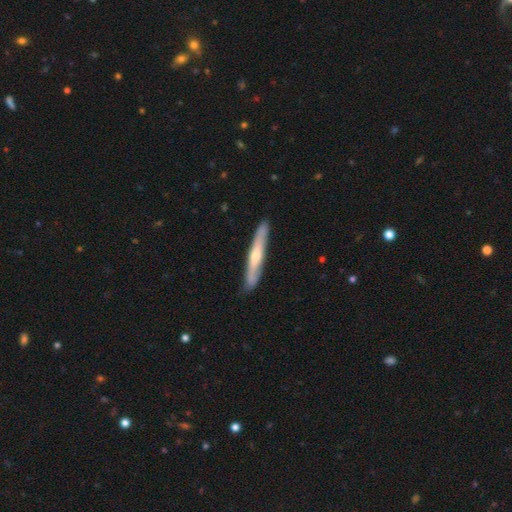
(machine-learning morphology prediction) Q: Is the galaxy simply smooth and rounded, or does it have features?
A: featured or disk — 54%.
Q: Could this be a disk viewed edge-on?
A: yes — 85%.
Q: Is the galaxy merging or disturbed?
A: none — 87%.